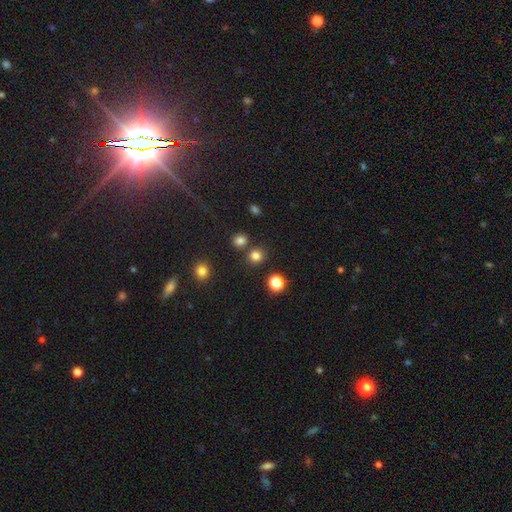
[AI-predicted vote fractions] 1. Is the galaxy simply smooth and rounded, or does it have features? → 79% smooth, 16% star or artifact, 5% featured or disk.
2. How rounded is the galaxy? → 89% round, 10% in between, 1% cigar-shaped.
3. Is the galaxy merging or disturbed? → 81% none, 10% merger, 7% minor disturbance, 3% major disturbance.